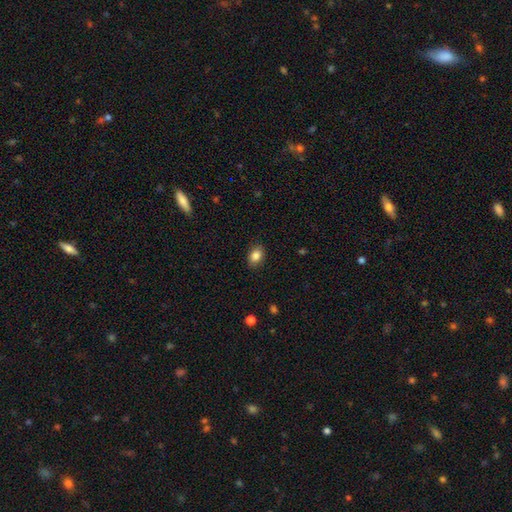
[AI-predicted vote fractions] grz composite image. It shows a smooth galaxy with no disk features (85%) that is in between round and cigar-shaped (78%). Merging: none (87%).